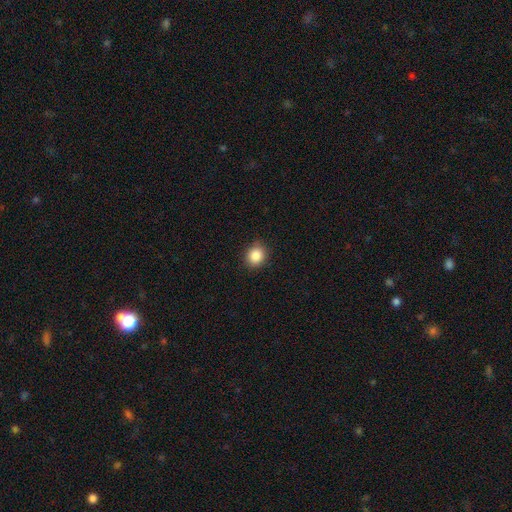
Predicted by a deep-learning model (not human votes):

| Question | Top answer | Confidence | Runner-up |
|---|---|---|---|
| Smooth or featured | smooth | 86% | star or artifact (10%) |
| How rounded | round | 75% | in between (24%) |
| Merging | none | 88% | minor disturbance (8%) |